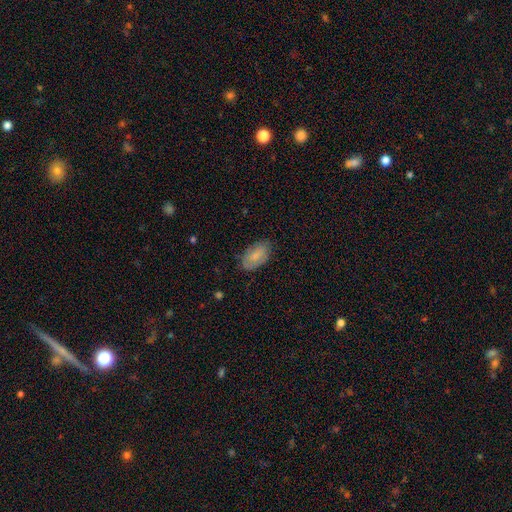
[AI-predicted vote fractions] smooth_or_featured: smooth (p=0.77) [alt: featured or disk p=0.16]
how_rounded: in between (p=0.94) [alt: round p=0.04]
merging: none (p=0.76) [alt: minor disturbance p=0.19]